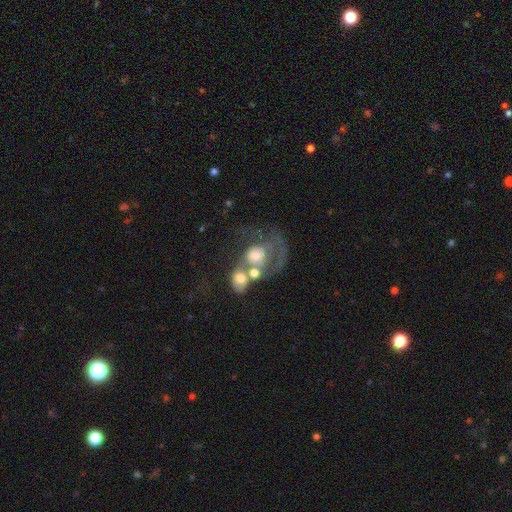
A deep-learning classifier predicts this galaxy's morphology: smooth-or-featured: featured or disk: 50% | smooth: 40% | star or artifact: 10%
  disk-edge-on: no: 96% | yes: 4%
  merging: merger: 55% | major disturbance: 25% | none: 12% | minor disturbance: 7%